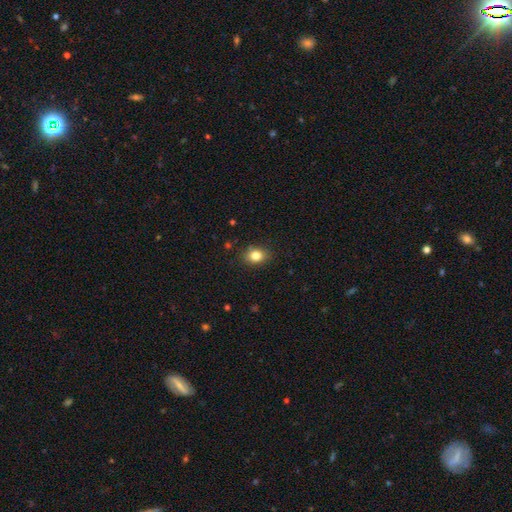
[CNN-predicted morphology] Smooth or featured? Predicted: smooth (p=0.83). How rounded? Predicted: in between (p=0.63). Merging? Predicted: none (p=0.85).